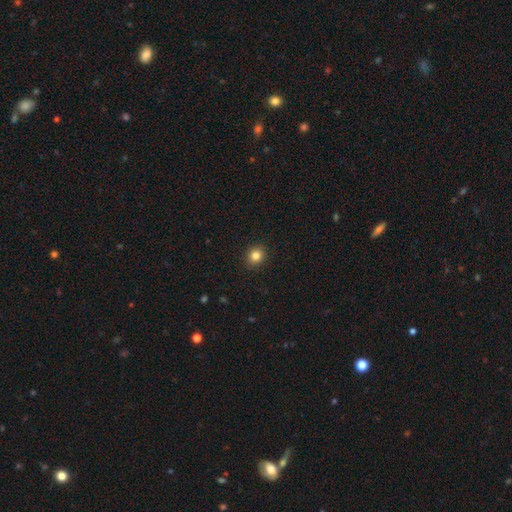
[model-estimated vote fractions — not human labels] Smooth or featured? smooth (83%)
How rounded? round (80%)
Merging? none (91%)